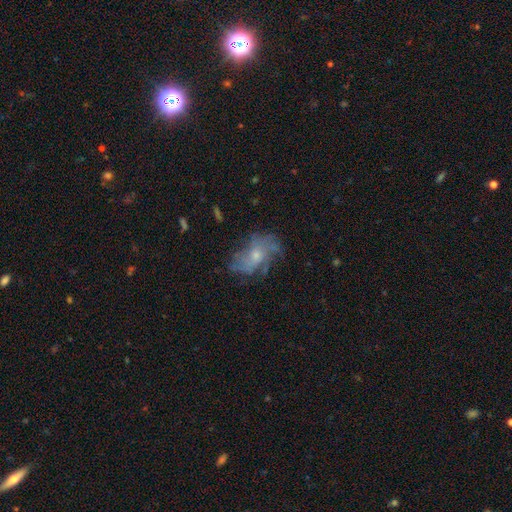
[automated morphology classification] This appears to be a featured or disk galaxy (58%) with no bar (80%), spiral arms (64%) and a small central bulge (55%). Merging: none (56%).